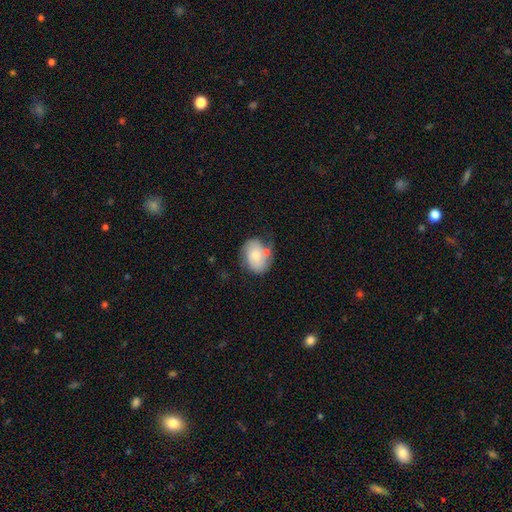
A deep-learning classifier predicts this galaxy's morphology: Smooth or featured? smooth (60%)
How rounded? in between (68%)
Merging? none (47%)